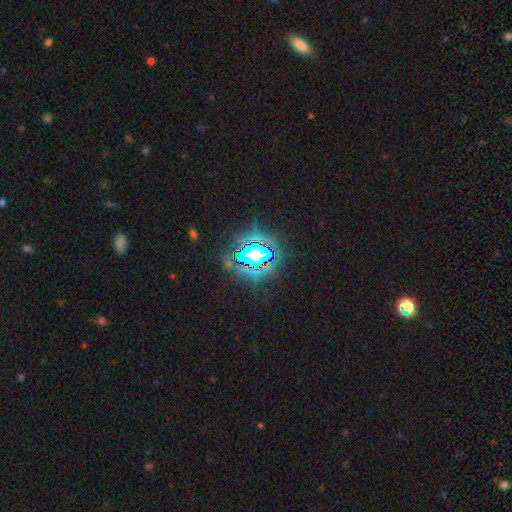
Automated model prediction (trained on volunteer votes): A star or artifact, not a galaxy (71%).